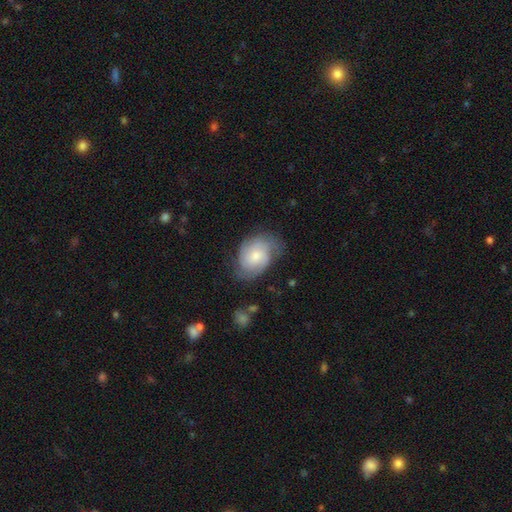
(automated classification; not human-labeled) Smooth or featured? Predicted: featured or disk (p=0.58). Edge-on disk? Predicted: no (p=0.97). Bar? Predicted: no (p=0.69). Spiral arms? Predicted: yes (p=0.89). Spiral winding? Predicted: tight (p=0.44). Spiral arm count? Predicted: 2 (p=0.46). Bulge size? Predicted: small (p=0.44). Merging? Predicted: none (p=0.59).